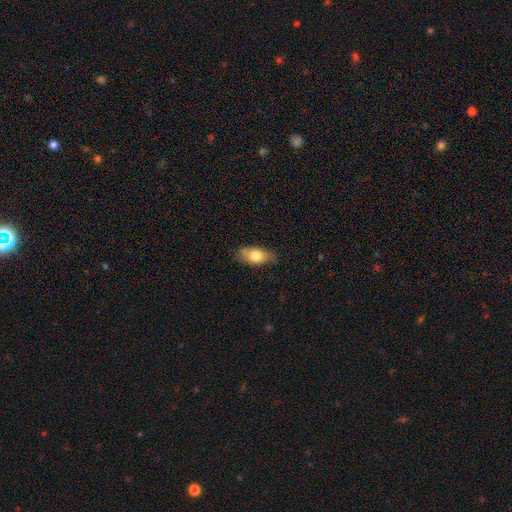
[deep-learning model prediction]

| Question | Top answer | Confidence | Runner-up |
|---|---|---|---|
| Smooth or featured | smooth | 76% | featured or disk (17%) |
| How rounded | in between | 86% | cigar-shaped (8%) |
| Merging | none | 77% | minor disturbance (18%) |